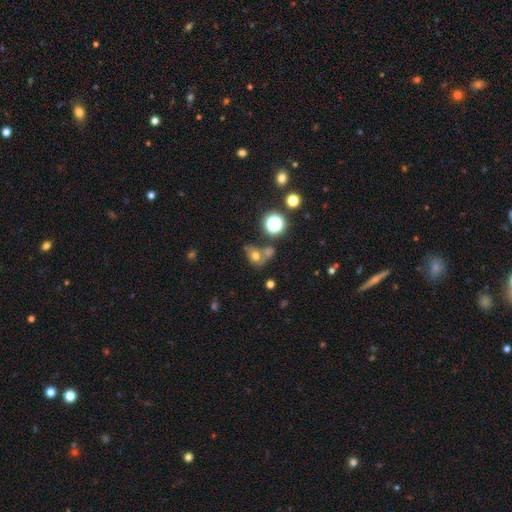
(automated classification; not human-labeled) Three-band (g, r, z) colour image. It shows a smooth galaxy with no disk features (62%) that is round (53%). Merging: merger (38%).